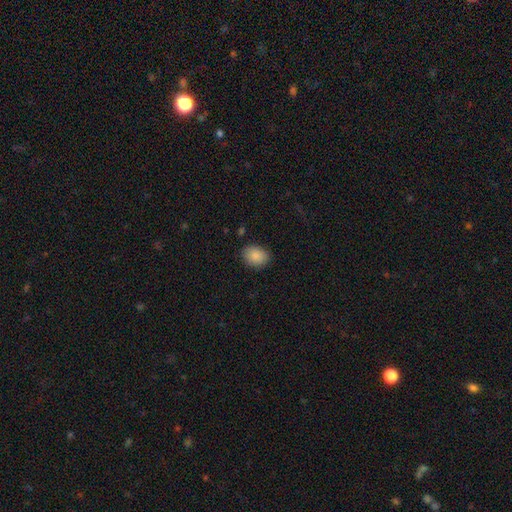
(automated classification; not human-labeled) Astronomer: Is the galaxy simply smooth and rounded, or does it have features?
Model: smooth — 87%.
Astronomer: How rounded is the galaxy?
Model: in between — 61% (runner-up: round, 38%).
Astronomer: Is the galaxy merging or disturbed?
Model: none — 84%.